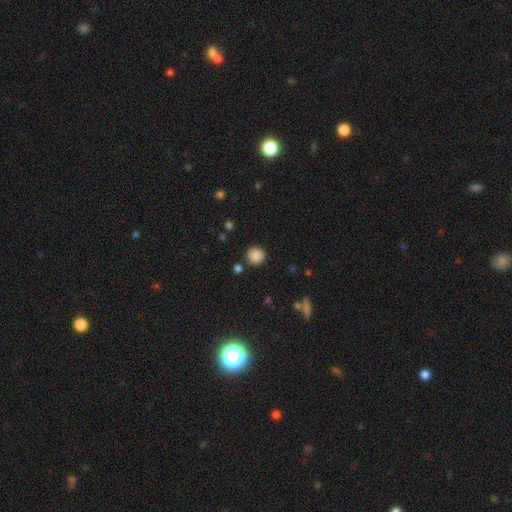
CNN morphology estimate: Smooth or featured? smooth (87%)
How rounded? round (92%)
Merging? none (87%)